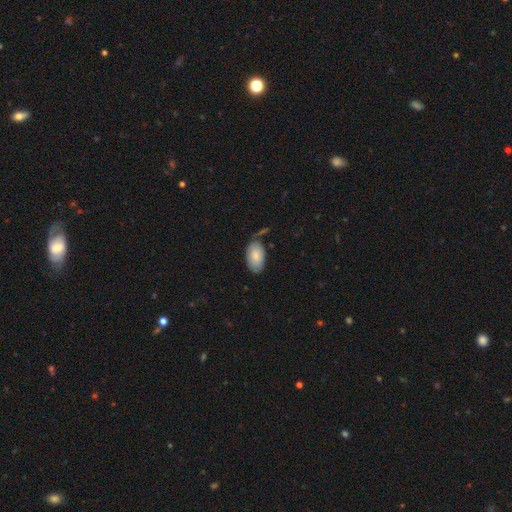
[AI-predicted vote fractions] Overall: smooth (84%). How rounded: in between (95%). Merging: none (70%).